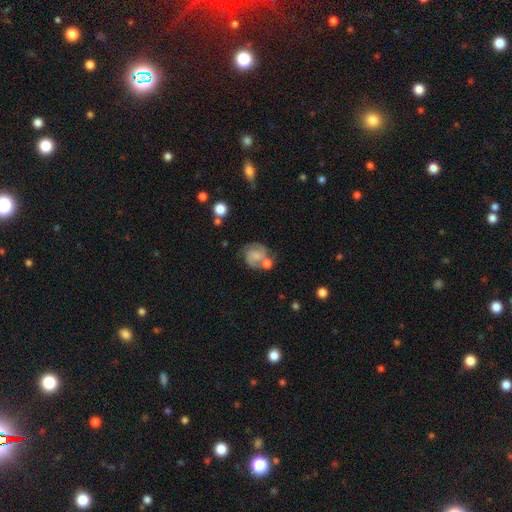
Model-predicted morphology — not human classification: The model was most divided on "bulge size": none: 34%, small: 33%, moderate: 24%, large: 7%, dominant: 2%. Remaining: edge-on disk — no (98%); spiral arms — yes (90%); spiral arm count — 2 (81%); smooth or featured — featured or disk (63%); bar — no (56%); spiral winding — medium (49%); merging — none (49%).